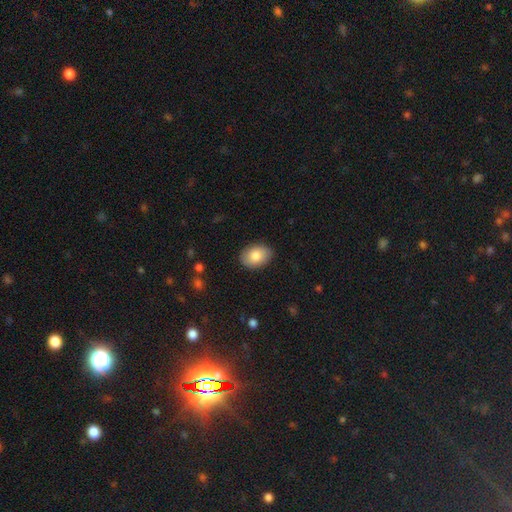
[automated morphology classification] Smooth or featured: smooth — 82% (featured or disk — 11%)
How rounded: in between — 80% (round — 19%)
Merging: none — 86% (minor disturbance — 10%)